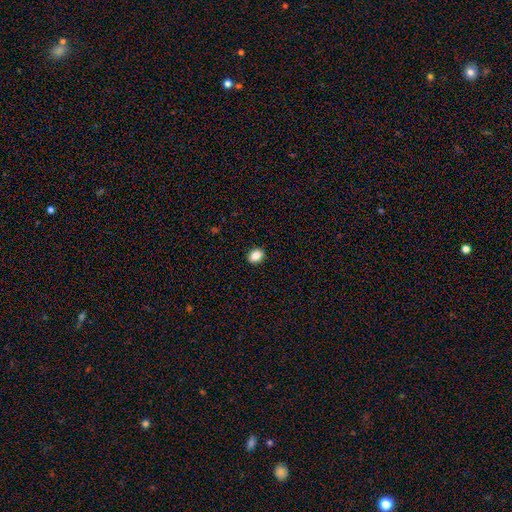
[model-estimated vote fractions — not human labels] Smooth or featured?
  - smooth: 86% *
  - star or artifact: 9%
  - featured or disk: 5%
How rounded?
  - in between: 61% *
  - round: 38%
  - cigar-shaped: 1%
Merging?
  - none: 91% *
  - minor disturbance: 7%
  - major disturbance: 2%
  - merger: 1%